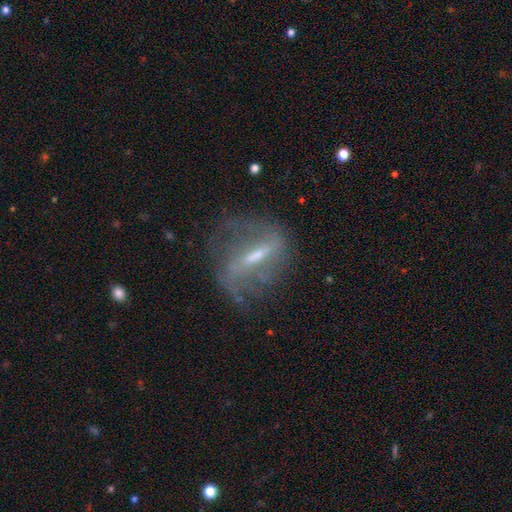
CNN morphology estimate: featured or disk 74%, smooth 17%, star or artifact 9%. Down the decision tree: edge-on disk — no (82%); bar — strong (55%); spiral arms — yes (72%); bulge size — small (45%); merging — none (56%).